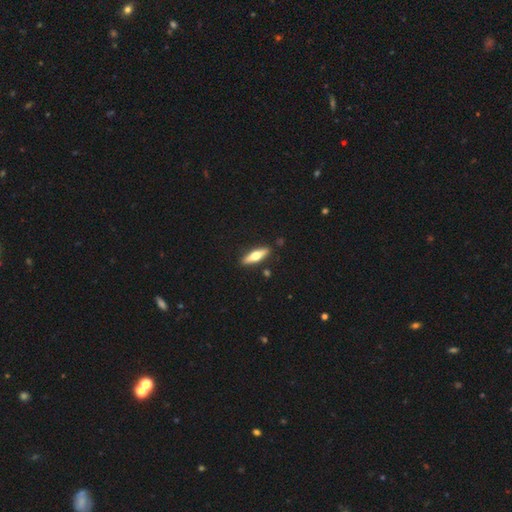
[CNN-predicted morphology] Q: Smooth or featured?
A: featured or disk (49%); runner-up: smooth (46%)
Q: Merging?
A: none (89%); runner-up: minor disturbance (8%)